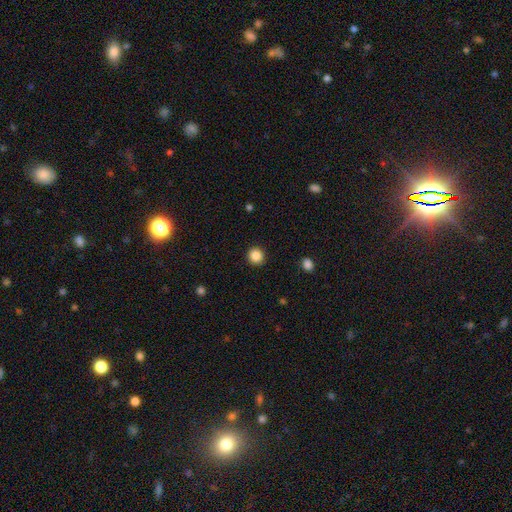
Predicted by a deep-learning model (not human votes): smooth 86%, star or artifact 10%, featured or disk 4%. Down the decision tree: how rounded — round (94%); merging — none (92%).